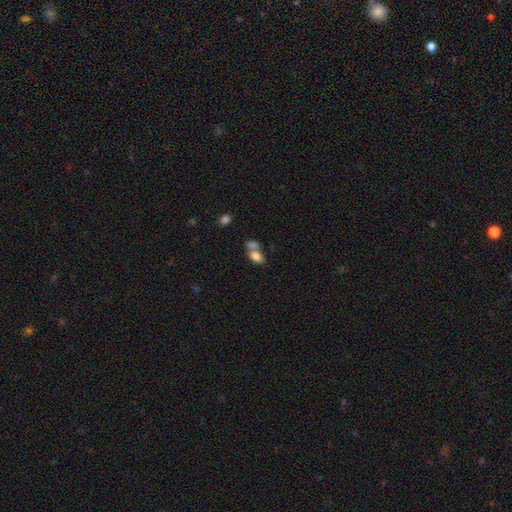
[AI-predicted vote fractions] Morphology: type=smooth (81%); roundness=in between (89%); merging=merger (50%).